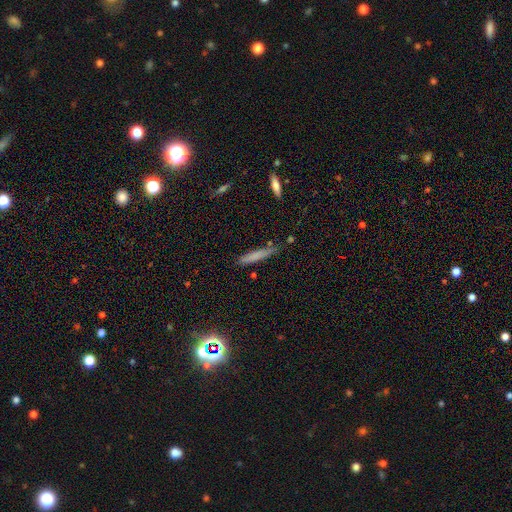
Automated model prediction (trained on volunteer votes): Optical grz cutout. It shows a smooth galaxy with no disk features (73%) that is cigar-shaped (93%). Merging: none (79%).